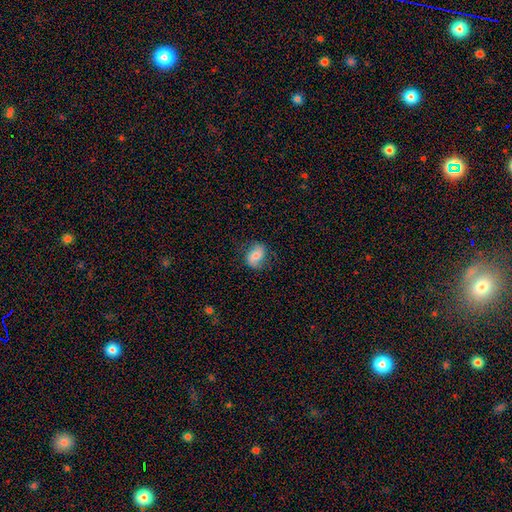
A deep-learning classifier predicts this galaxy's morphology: A smooth galaxy with no disk features (59%) that is in between round and cigar-shaped (67%). Merging: none (73%).